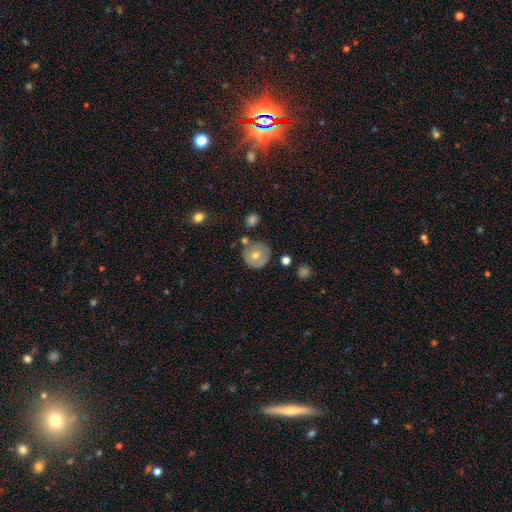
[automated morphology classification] Q: Smooth or featured?
A: smooth (68%); runner-up: featured or disk (23%)
Q: How rounded?
A: round (92%); runner-up: in between (7%)
Q: Merging?
A: none (70%); runner-up: minor disturbance (17%)